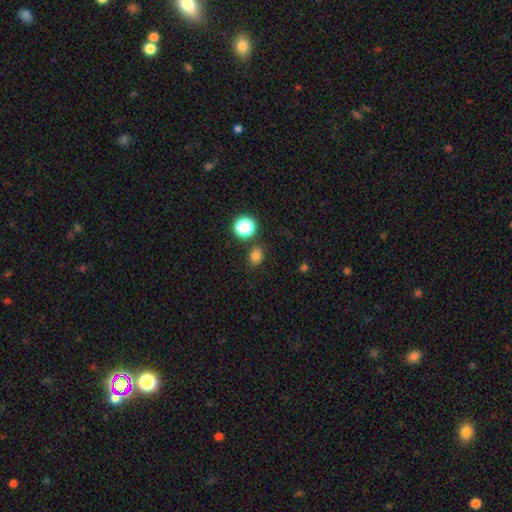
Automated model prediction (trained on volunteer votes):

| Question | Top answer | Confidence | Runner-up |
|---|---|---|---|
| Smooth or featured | smooth | 78% | star or artifact (17%) |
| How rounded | round | 50% | in between (49%) |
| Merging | none | 82% | minor disturbance (10%) |